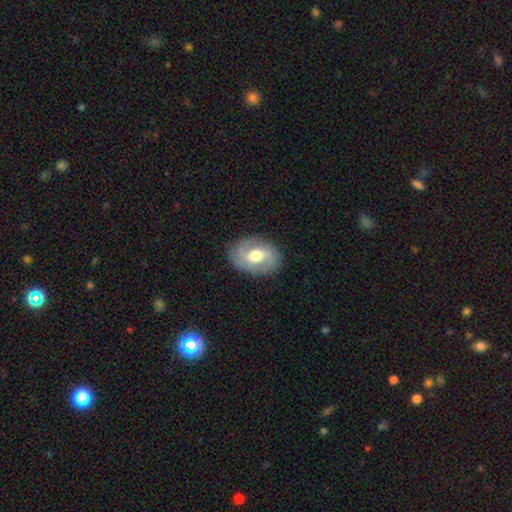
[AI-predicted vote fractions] smooth-or-featured: featured or disk: 71% | smooth: 23% | star or artifact: 6%
  disk-edge-on: no: 96% | yes: 4%
    bar: weak: 47% | no: 35% | strong: 18%
    has-spiral-arms: yes: 83% | no: 17%
      spiral-winding: medium: 44% | tight: 37% | loose: 20%
      spiral-arm-count: 2: 75% | can't tell: 13% | 3: 6% | 1: 3% | 4: 2% | more than 4: 2%
    bulge-size: moderate: 70% | large: 17% | small: 11% | dominant: 1% | none: 1%
  merging: none: 83% | minor disturbance: 12% | major disturbance: 4% | merger: 1%